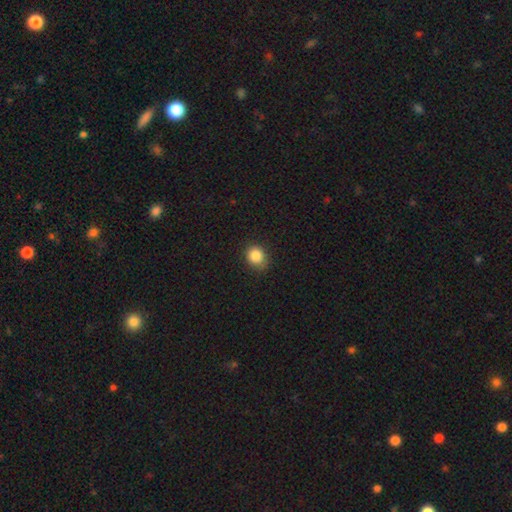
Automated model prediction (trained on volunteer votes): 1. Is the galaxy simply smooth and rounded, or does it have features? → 85% smooth, 11% star or artifact, 4% featured or disk.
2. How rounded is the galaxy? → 76% round, 23% in between, 1% cigar-shaped.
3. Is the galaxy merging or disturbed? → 82% none, 14% minor disturbance, 3% major disturbance, 1% merger.